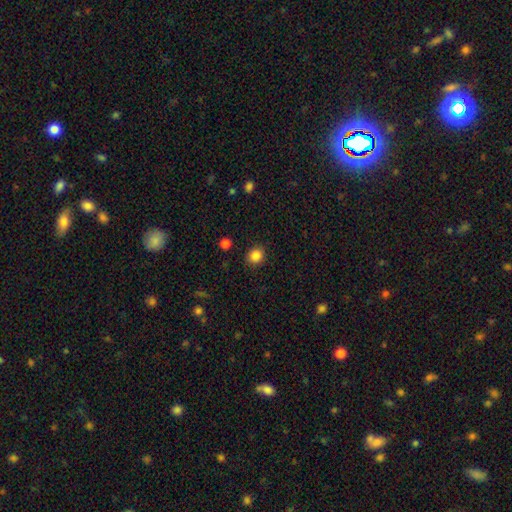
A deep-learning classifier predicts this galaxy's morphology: smooth_or_featured: smooth (p=0.85) [alt: star or artifact p=0.11]
how_rounded: round (p=0.83) [alt: in between p=0.16]
merging: none (p=0.88) [alt: minor disturbance p=0.08]